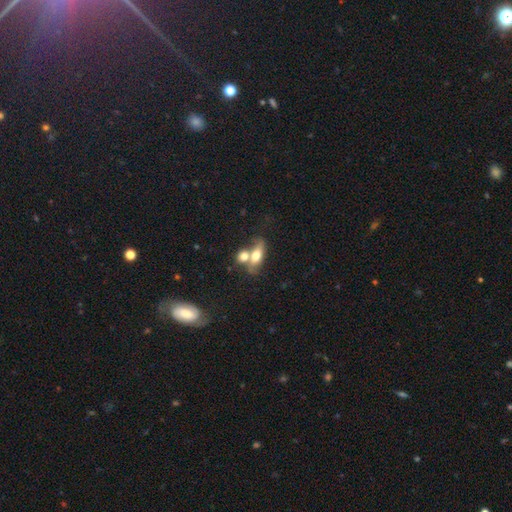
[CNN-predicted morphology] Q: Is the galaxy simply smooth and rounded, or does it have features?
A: smooth — 65%.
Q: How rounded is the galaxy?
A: in between — 73%.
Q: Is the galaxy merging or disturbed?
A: merger — 54%.